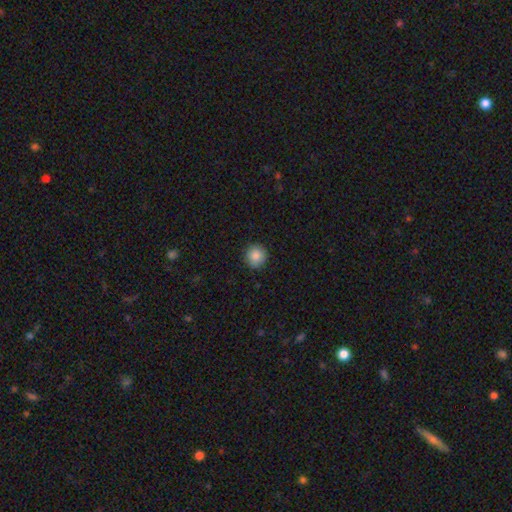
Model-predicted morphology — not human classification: smooth 87%, star or artifact 9%, featured or disk 4%. Down the decision tree: how rounded — round (94%); merging — none (91%).